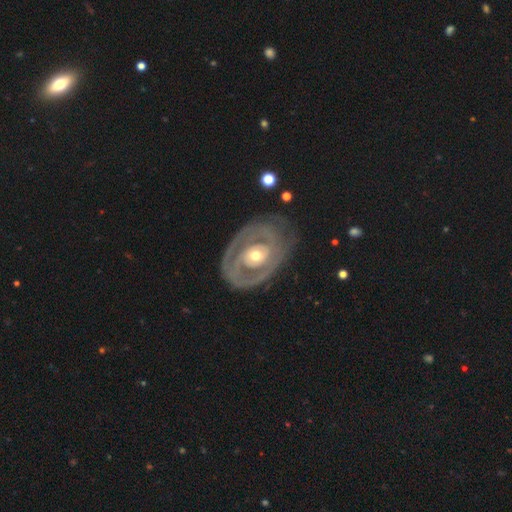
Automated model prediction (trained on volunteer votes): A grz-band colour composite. It shows a featured or disk galaxy (83%) with no bar (77%), 2 (41%) tight (68%) spiral arms (73%) and a moderate central bulge (67%). Merging: none (67%).